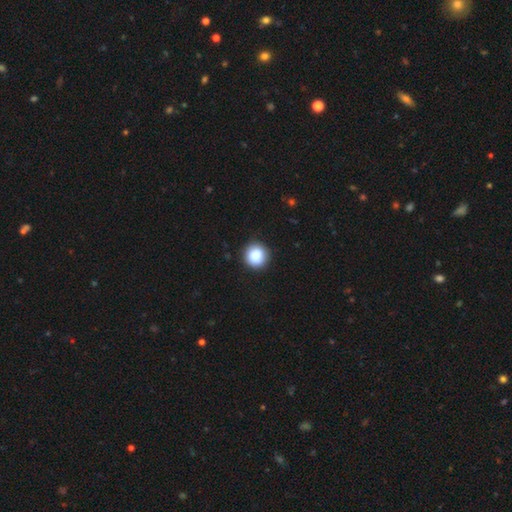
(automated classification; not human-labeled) Smooth or featured: smooth — 88% (star or artifact — 8%)
How rounded: round — 94% (in between — 5%)
Merging: none — 89% (minor disturbance — 8%)